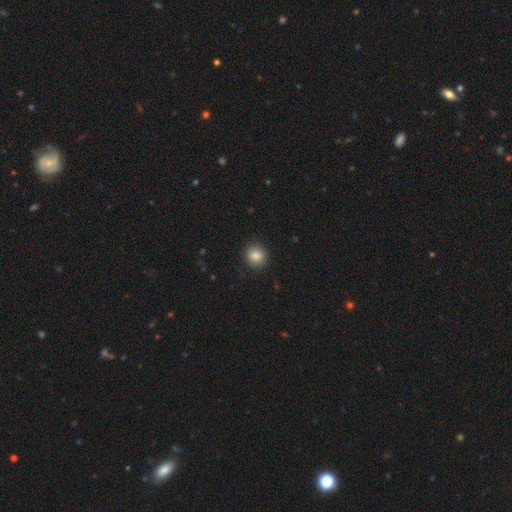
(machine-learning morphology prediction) smooth_or_featured: smooth (p=0.86) [alt: star or artifact p=0.10]
how_rounded: round (p=0.85) [alt: in between p=0.14]
merging: none (p=0.89) [alt: minor disturbance p=0.07]